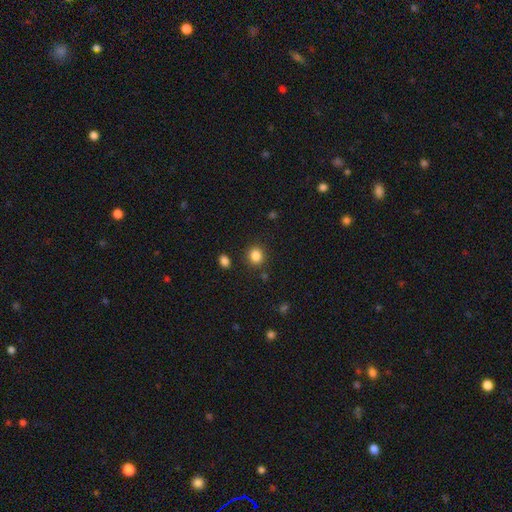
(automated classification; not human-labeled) Smooth or featured: smooth — 85% (star or artifact — 11%)
How rounded: round — 78% (in between — 21%)
Merging: none — 86% (minor disturbance — 8%)